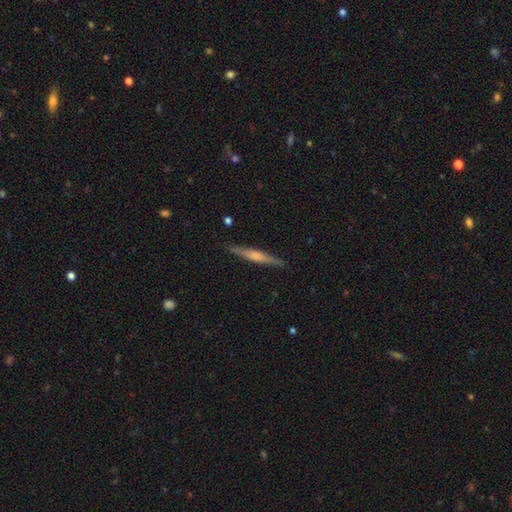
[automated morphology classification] A featured or disk galaxy (63%) viewed edge-on (98%) with a rounded central bulge (53%). Merging: none (89%).